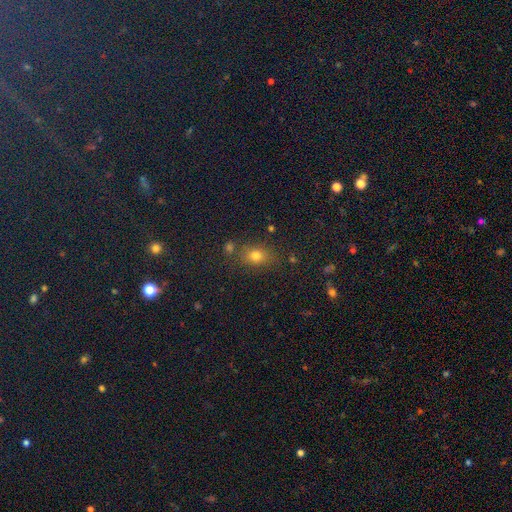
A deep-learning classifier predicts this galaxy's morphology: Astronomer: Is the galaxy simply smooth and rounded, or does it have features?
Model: smooth — 69%.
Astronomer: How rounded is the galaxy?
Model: in between — 55% (runner-up: round, 43%).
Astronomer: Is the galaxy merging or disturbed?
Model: none — 75%.